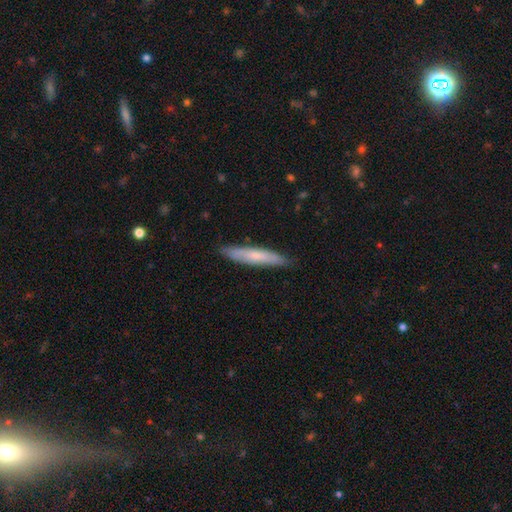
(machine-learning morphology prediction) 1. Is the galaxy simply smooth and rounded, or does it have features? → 63% smooth, 31% featured or disk, 6% star or artifact.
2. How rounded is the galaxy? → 91% cigar-shaped, 8% in between, 1% round.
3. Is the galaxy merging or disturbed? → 86% none, 11% minor disturbance, 2% major disturbance, 1% merger.